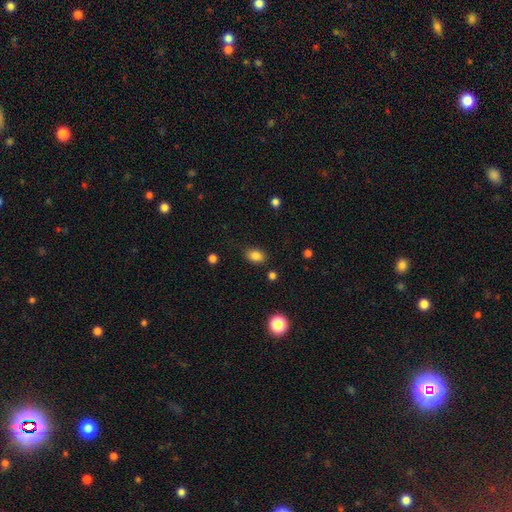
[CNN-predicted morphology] Overall: smooth (85%). How rounded: in between (79%). Merging: none (82%).